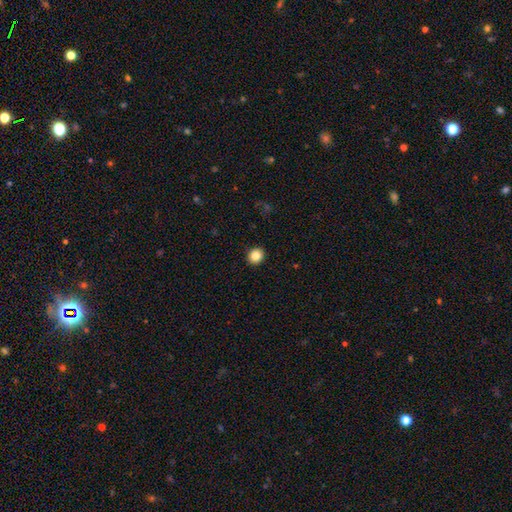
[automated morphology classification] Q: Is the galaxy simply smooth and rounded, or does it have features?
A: smooth — 85%.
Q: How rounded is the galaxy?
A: round — 83%.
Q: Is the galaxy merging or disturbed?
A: none — 93%.